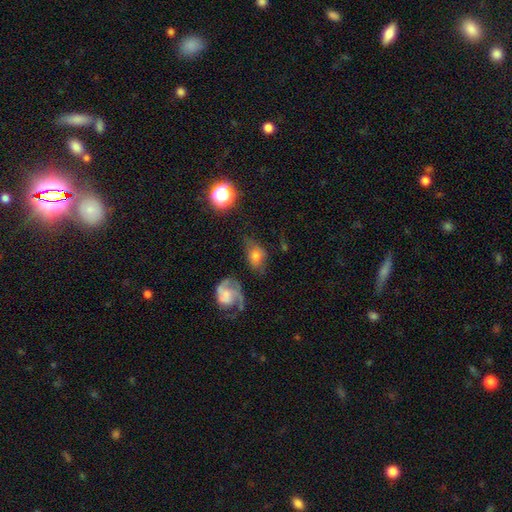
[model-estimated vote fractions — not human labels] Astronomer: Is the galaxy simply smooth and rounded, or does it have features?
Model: smooth — 53% (runner-up: featured or disk, 34%).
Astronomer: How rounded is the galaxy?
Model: in between — 64%.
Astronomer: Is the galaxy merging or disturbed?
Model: none — 49% (runner-up: minor disturbance, 25%).